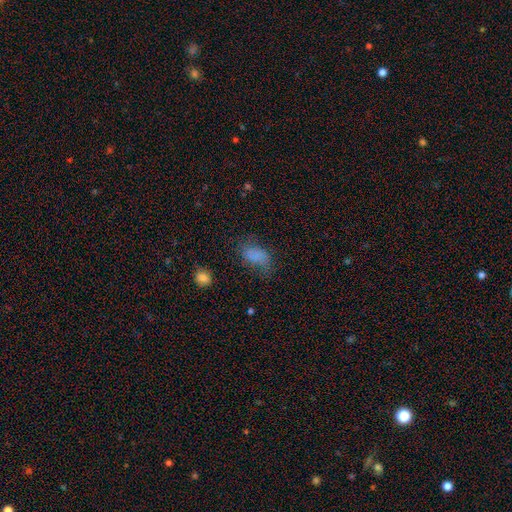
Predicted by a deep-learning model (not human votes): Q: Smooth or featured?
A: smooth (76%); runner-up: star or artifact (13%)
Q: How rounded?
A: in between (90%); runner-up: round (7%)
Q: Merging?
A: none (53%); runner-up: minor disturbance (27%)